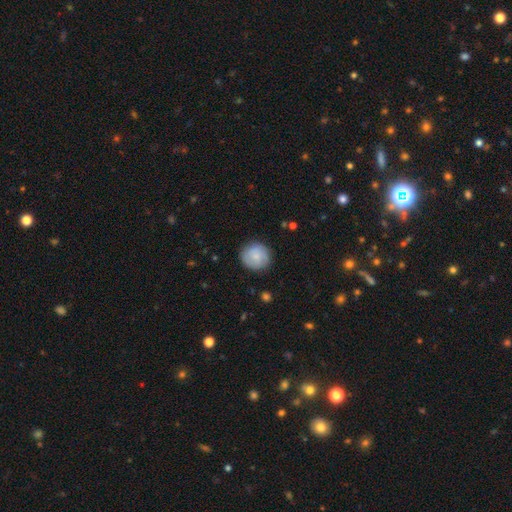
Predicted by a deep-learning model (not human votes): smooth 63%, featured or disk 30%, star or artifact 7%. Down the decision tree: how rounded — round (91%); merging — none (86%).